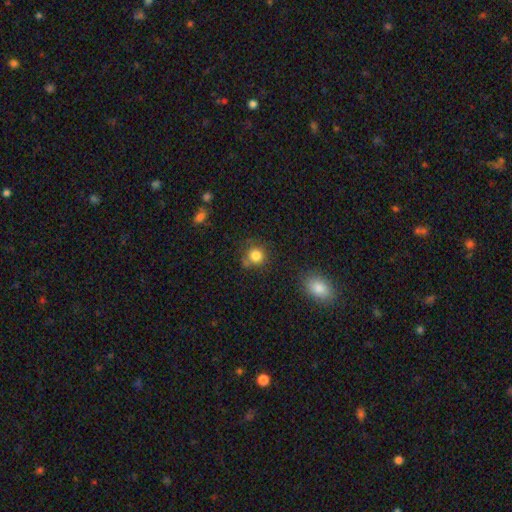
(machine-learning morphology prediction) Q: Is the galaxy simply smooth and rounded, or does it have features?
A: smooth — 83%.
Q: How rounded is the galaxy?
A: round — 88%.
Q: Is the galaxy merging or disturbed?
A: none — 68%.